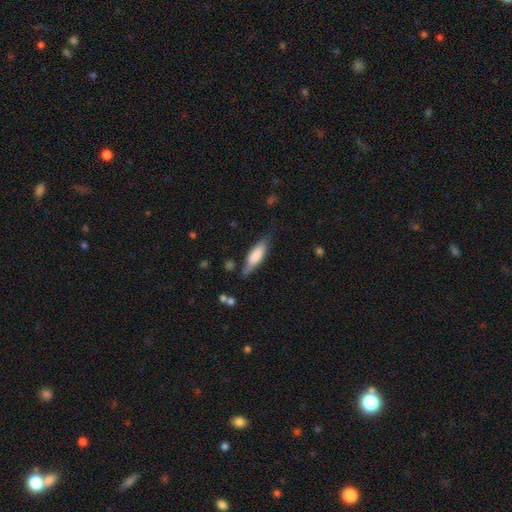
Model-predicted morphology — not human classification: This is likely a smooth galaxy (70%). How rounded: possibly in between (50%). Merging: likely none (67%).